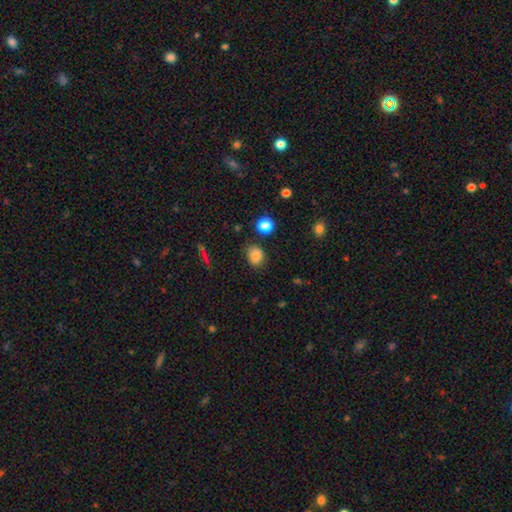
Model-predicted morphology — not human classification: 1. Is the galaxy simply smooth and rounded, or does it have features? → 81% smooth, 12% star or artifact, 7% featured or disk.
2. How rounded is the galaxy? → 52% round, 47% in between, 1% cigar-shaped.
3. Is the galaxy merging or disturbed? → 75% none, 18% minor disturbance, 4% major disturbance, 3% merger.